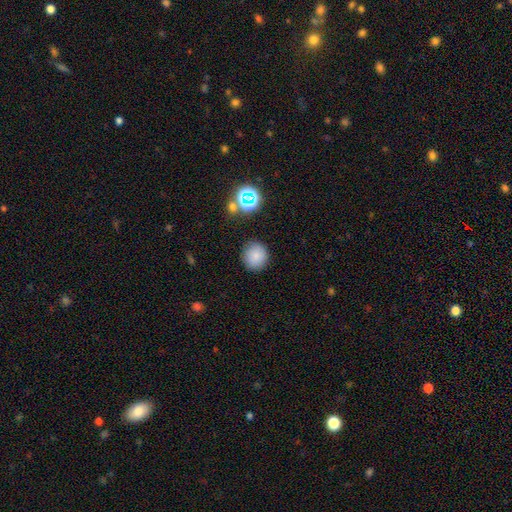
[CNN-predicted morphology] smooth 81%, star or artifact 13%, featured or disk 6%. Down the decision tree: how rounded — round (87%); merging — none (86%).